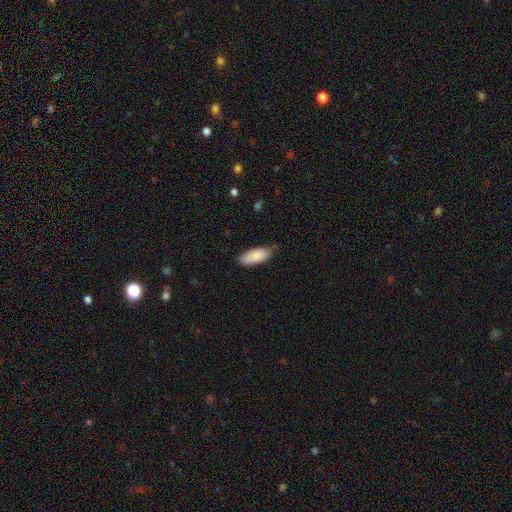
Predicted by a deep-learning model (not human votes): Smooth or featured?
  - smooth: 86% *
  - featured or disk: 8%
  - star or artifact: 6%
How rounded?
  - in between: 82% *
  - cigar-shaped: 16%
  - round: 2%
Merging?
  - none: 75% *
  - minor disturbance: 21%
  - major disturbance: 3%
  - merger: 1%